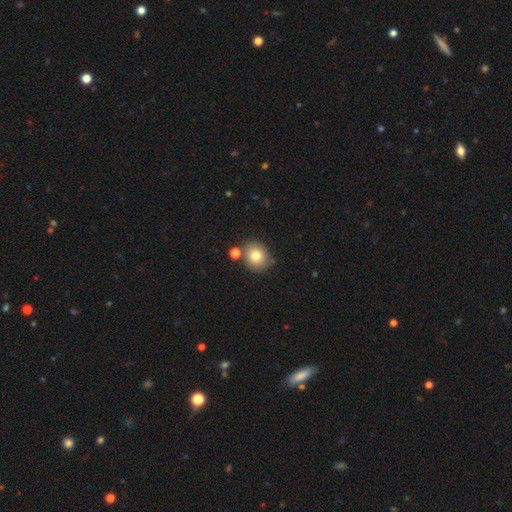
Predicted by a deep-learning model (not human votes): smooth 79%, star or artifact 10%, featured or disk 10%. Down the decision tree: how rounded — round (77%); merging — none (73%).